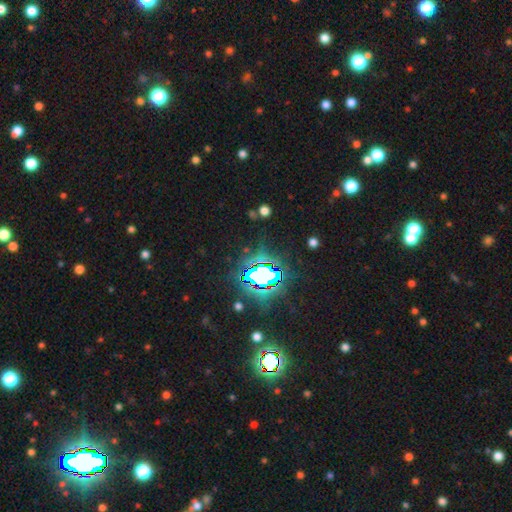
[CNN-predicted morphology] Smooth or featured: star or artifact — 83% (smooth — 10%)